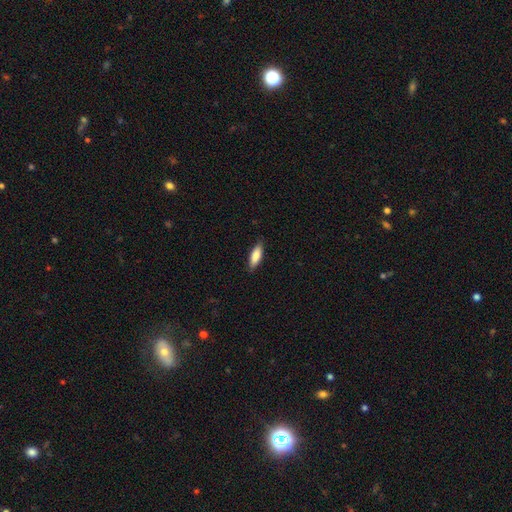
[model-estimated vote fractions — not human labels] Overall: smooth (82%). How rounded: in between (54%; cigar-shaped 44%). Merging: none (86%).